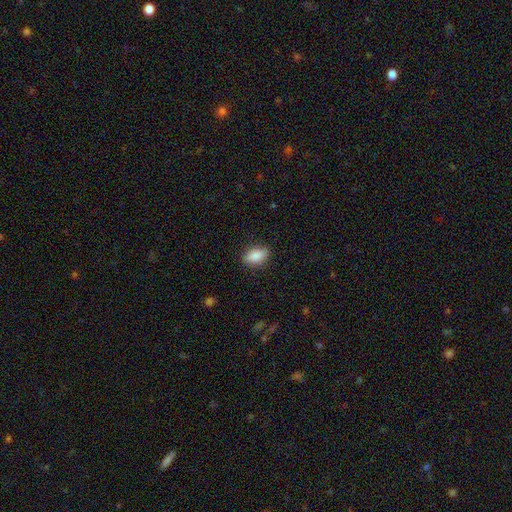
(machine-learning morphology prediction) This is clearly a smooth galaxy (86%). How rounded: clearly in between (89%). Merging: clearly none (86%).